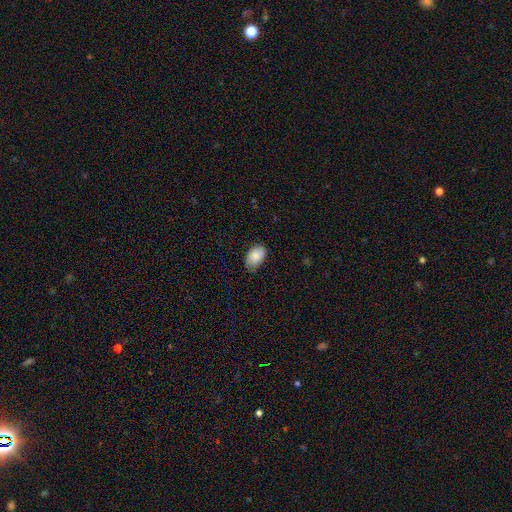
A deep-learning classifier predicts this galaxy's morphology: Smooth or featured? smooth (84%)
How rounded? in between (89%)
Merging? none (72%)